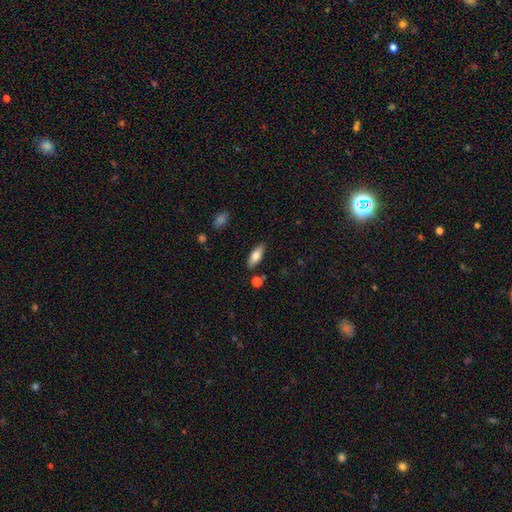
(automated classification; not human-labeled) Smooth or featured: smooth — 75% (featured or disk — 19%)
How rounded: in between — 72% (cigar-shaped — 25%)
Merging: none — 84% (minor disturbance — 11%)